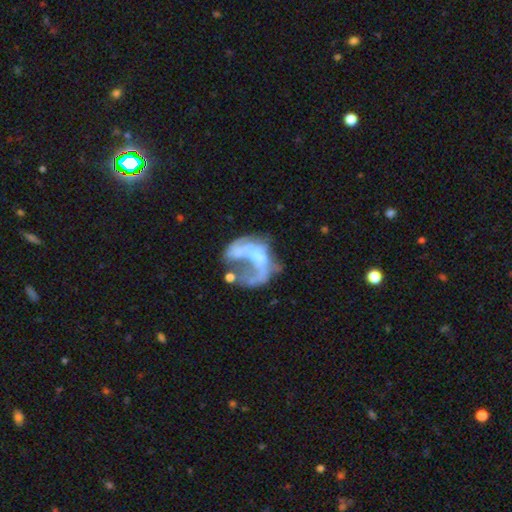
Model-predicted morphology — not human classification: This is likely a featured or disk galaxy (67%). It is clearly not viewed edge-on (98%). Bar: likely no (73%). Spiral arm pattern: likely no (68%). Central bulge: possibly none (48%). Merging: marginally major disturbance (45%).